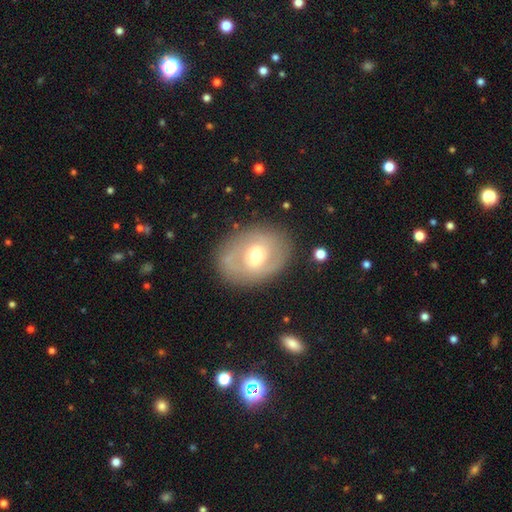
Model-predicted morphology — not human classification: A featured or disk galaxy (55%) with no bar (59%), no spiral arms (56%) and a moderate central bulge (63%). Merging: none (78%).